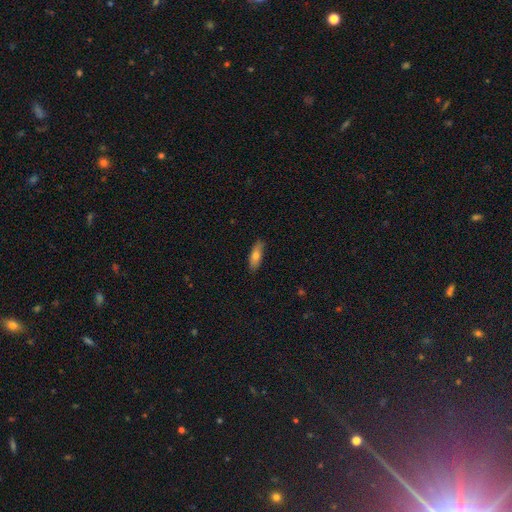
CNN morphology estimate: This is likely a smooth galaxy (74%). How rounded: likely in between (61%). Merging: clearly none (84%).